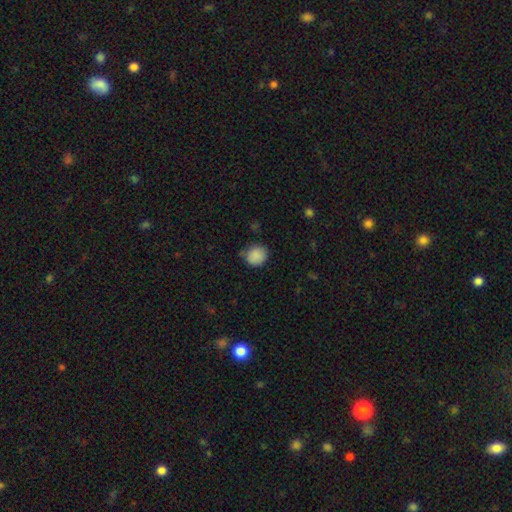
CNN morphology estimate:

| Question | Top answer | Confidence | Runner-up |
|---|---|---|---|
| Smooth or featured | smooth | 87% | star or artifact (9%) |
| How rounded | round | 81% | in between (18%) |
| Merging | none | 71% | minor disturbance (23%) |